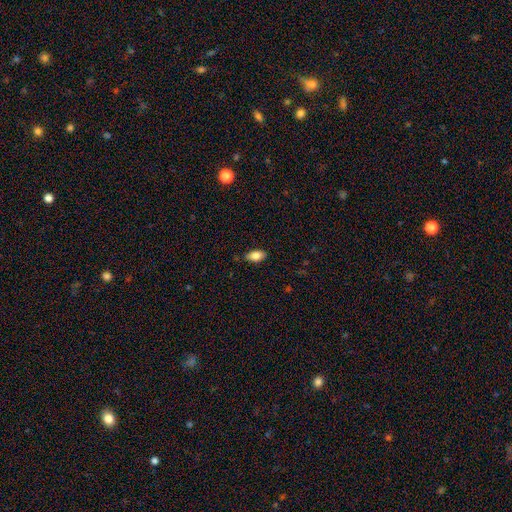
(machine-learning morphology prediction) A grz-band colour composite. It shows a smooth galaxy with no disk features (83%) that is in between round and cigar-shaped (91%). Merging: none (83%).